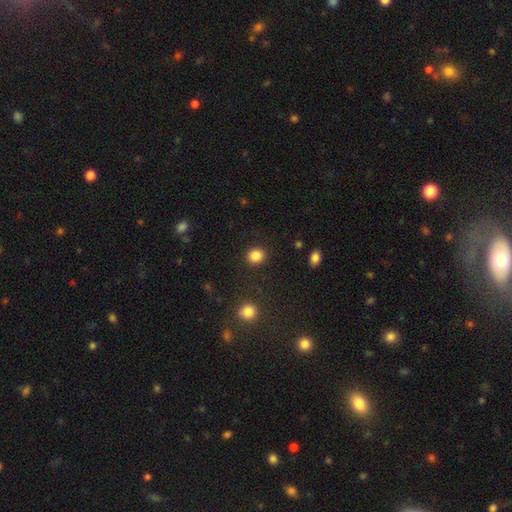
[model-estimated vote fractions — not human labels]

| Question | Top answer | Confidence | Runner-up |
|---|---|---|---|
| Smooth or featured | smooth | 86% | star or artifact (10%) |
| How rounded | round | 78% | in between (21%) |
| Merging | none | 89% | minor disturbance (6%) |